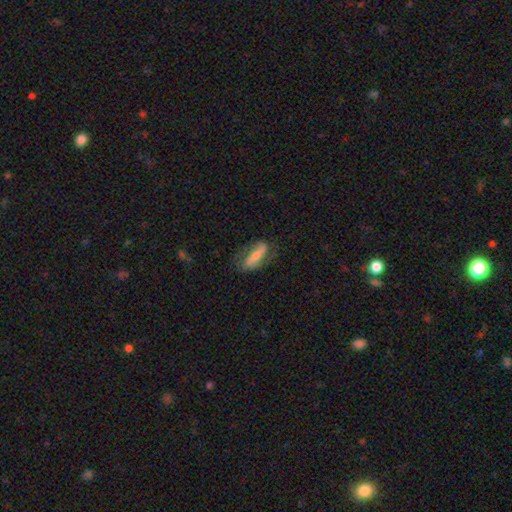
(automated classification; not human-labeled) Morphology: type=featured or disk (71%); edge-on=no (91%); bar=strong (51%); spiral arms=yes (91%); winding=medium (42%); arm count=2 (86%); bulge=small (44%); merging=none (68%).